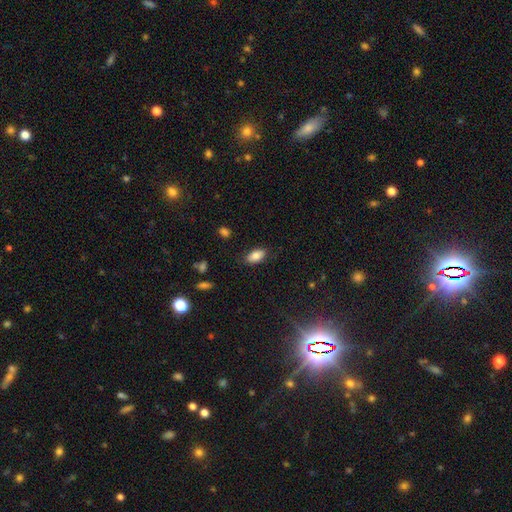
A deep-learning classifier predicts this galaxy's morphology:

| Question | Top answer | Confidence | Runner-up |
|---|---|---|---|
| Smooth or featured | smooth | 82% | featured or disk (10%) |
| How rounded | in between | 92% | round (4%) |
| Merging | none | 83% | minor disturbance (12%) |